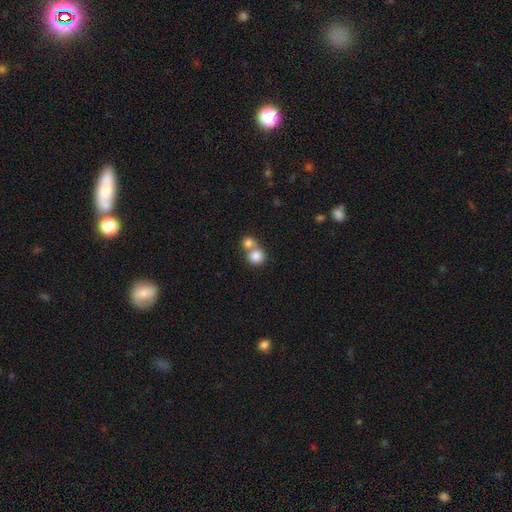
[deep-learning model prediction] A smooth galaxy with no disk features (82%) that is round (85%).

Vote fractions:
- Smooth or featured? smooth: 82% / featured or disk: 9% / star or artifact: 9%
- How rounded? round: 85% / in between: 14% / cigar-shaped: 1%
- Merging? merger: 59% / none: 33% / minor disturbance: 5% / major disturbance: 3%